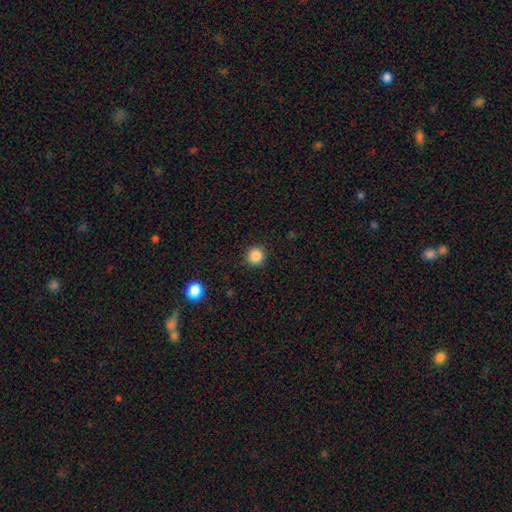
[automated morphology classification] Overall: smooth (86%). How rounded: round (94%). Merging: none (91%).